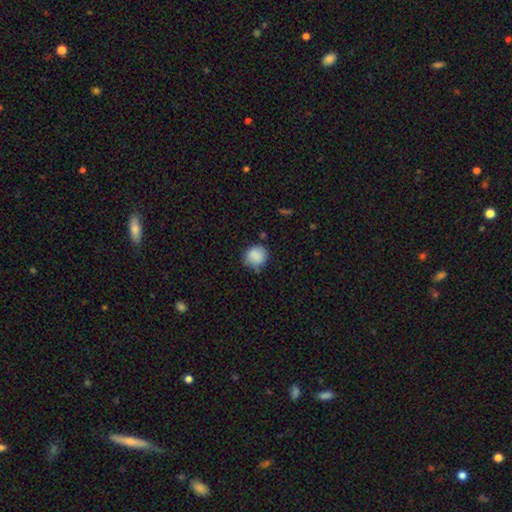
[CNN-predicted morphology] smooth 86%, star or artifact 8%, featured or disk 6%. Down the decision tree: how rounded — round (82%); merging — none (68%).